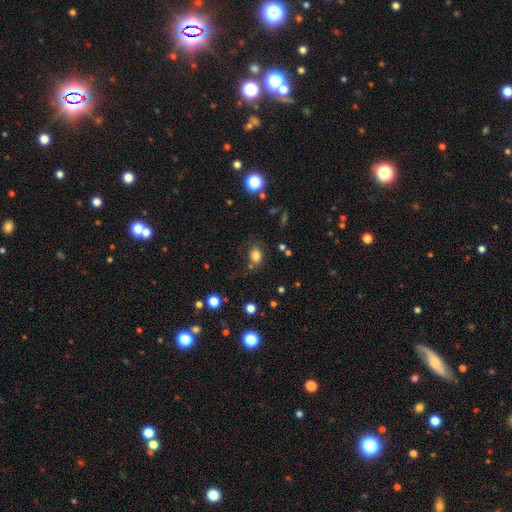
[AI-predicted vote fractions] Q: Smooth or featured?
A: smooth (79%); runner-up: star or artifact (14%)
Q: How rounded?
A: in between (53%); runner-up: round (46%)
Q: Merging?
A: none (68%); runner-up: minor disturbance (17%)